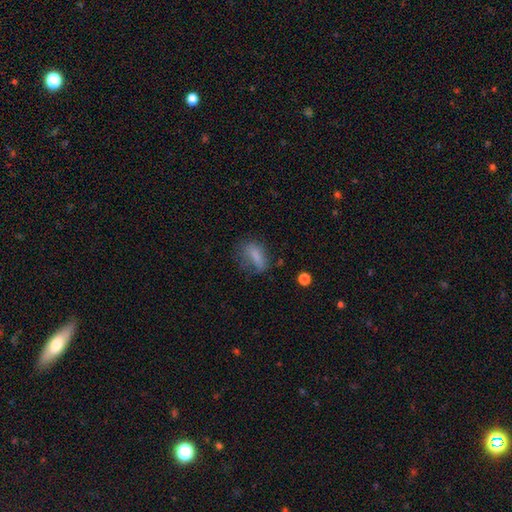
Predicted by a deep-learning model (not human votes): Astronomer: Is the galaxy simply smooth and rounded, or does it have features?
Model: smooth — 72%.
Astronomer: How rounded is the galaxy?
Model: in between — 73%.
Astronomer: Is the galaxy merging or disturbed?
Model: none — 45% (runner-up: minor disturbance, 28%).